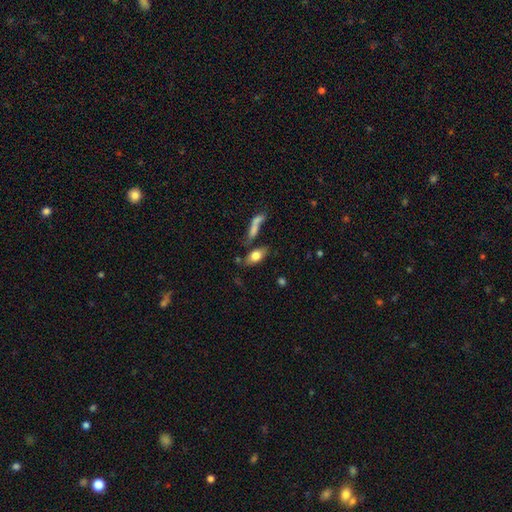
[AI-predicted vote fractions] Smooth or featured? smooth (76%)
How rounded? in between (85%)
Merging? none (63%)